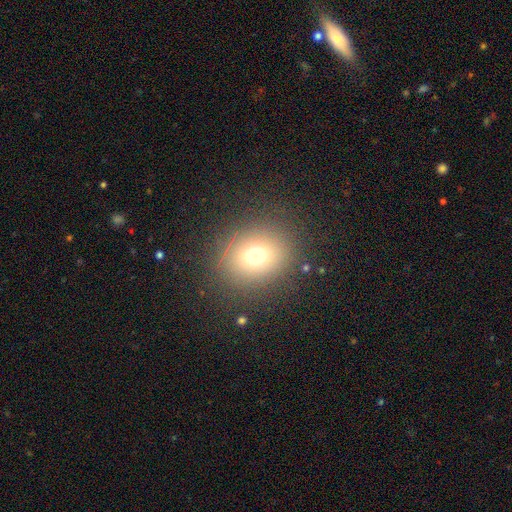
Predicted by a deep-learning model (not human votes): The model was most divided on "how rounded": round: 61%, in between: 38%, cigar-shaped: 1%. More confident: merging — none (85%); smooth or featured — smooth (72%).